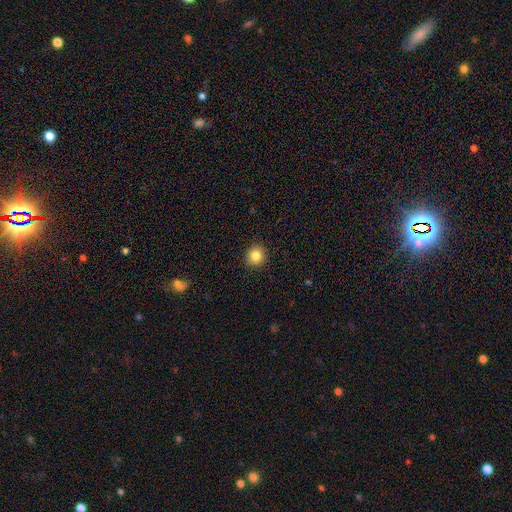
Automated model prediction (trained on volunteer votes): smooth_or_featured: smooth (p=0.84) [alt: star or artifact p=0.10]
how_rounded: round (p=0.91) [alt: in between p=0.08]
merging: none (p=0.92) [alt: minor disturbance p=0.05]